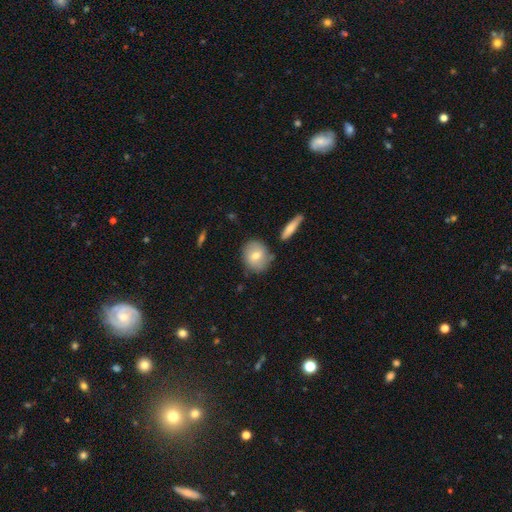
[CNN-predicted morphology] Smooth or featured? Predicted: smooth (p=0.67). How rounded? Predicted: round (p=0.79). Merging? Predicted: none (p=0.75).